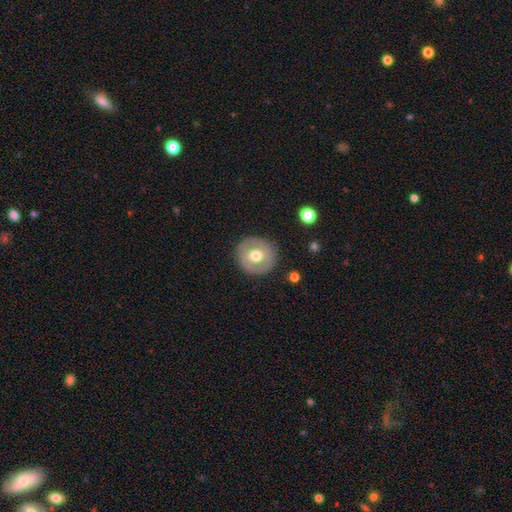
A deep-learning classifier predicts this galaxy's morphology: smooth-or-featured: smooth: 52% | featured or disk: 42% | star or artifact: 6%
  how-rounded: round: 91% | in between: 8% | cigar-shaped: 1%
  merging: none: 87% | minor disturbance: 9% | major disturbance: 3% | merger: 1%